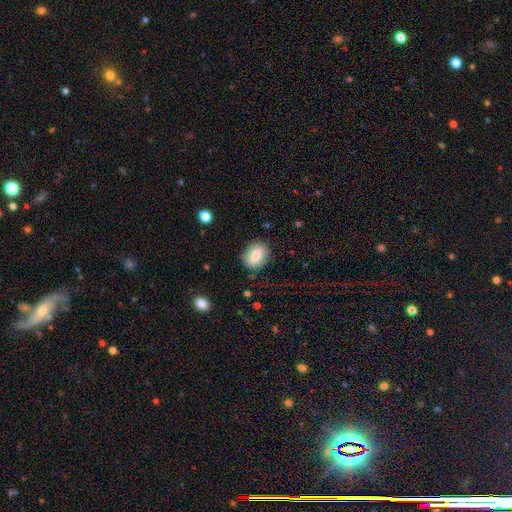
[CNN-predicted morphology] Smooth or featured?
  - smooth: 74% *
  - featured or disk: 18%
  - star or artifact: 8%
How rounded?
  - in between: 61% *
  - round: 37%
  - cigar-shaped: 2%
Merging?
  - none: 82% *
  - minor disturbance: 13%
  - major disturbance: 4%
  - merger: 1%